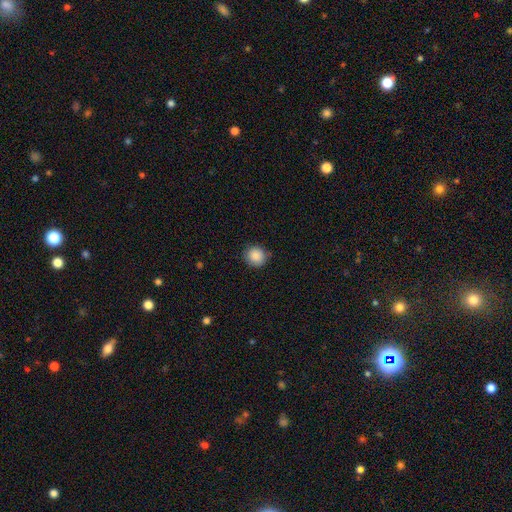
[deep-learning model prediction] A smooth galaxy with no disk features (88%) that is round (91%).

Vote fractions:
- Smooth or featured? smooth: 88% / star or artifact: 9% / featured or disk: 3%
- How rounded? round: 91% / in between: 9% / cigar-shaped: 1%
- Merging? none: 83% / minor disturbance: 13% / major disturbance: 2% / merger: 1%